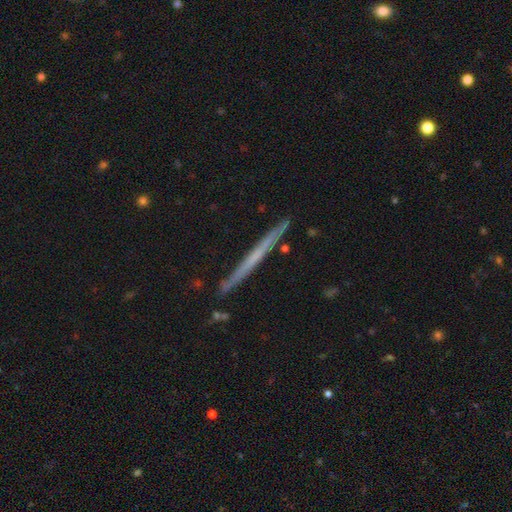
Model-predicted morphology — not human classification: smooth_or_featured: featured or disk (p=0.60) [alt: smooth p=0.34]
disk_edge_on: yes (p=0.98) [alt: no p=0.02]
edge_on_bulge: none (p=0.86) [alt: rounded p=0.10]
merging: none (p=0.89) [alt: minor disturbance p=0.08]